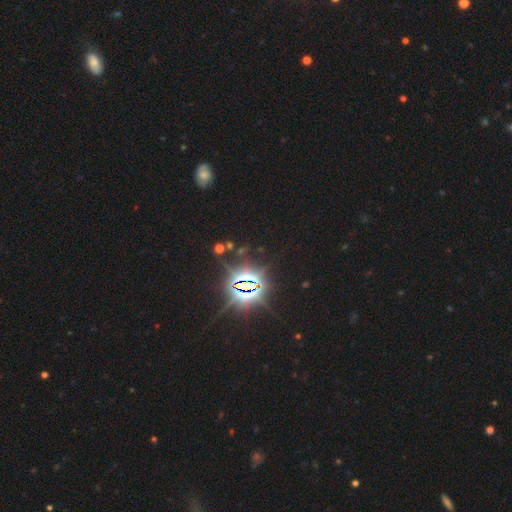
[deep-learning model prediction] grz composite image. It shows a star or artifact, not a galaxy (82%).